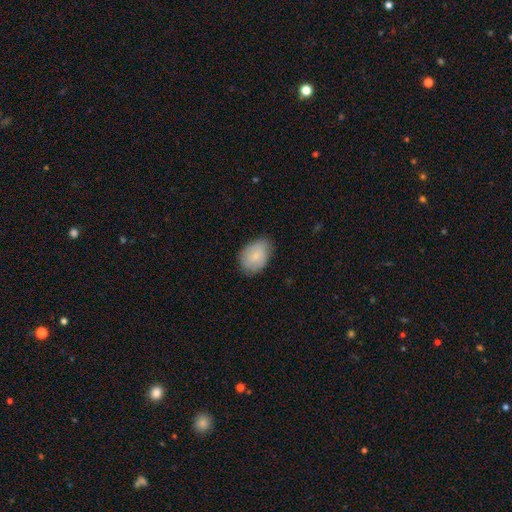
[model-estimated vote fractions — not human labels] smooth 76%, featured or disk 18%, star or artifact 7%. Down the decision tree: how rounded — in between (79%); merging — none (70%).